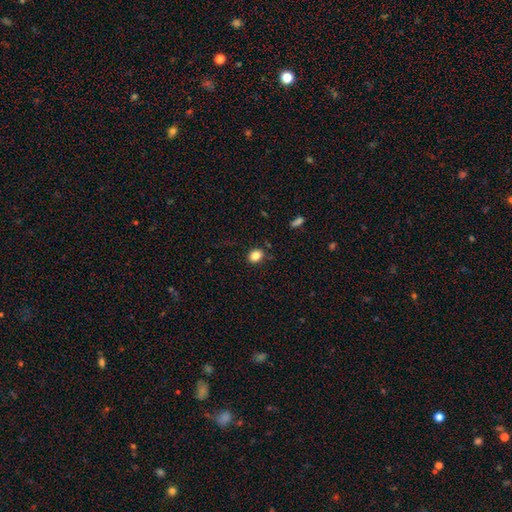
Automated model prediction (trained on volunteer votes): Overall: smooth (84%). How rounded: round (54%; in between 45%). Merging: none (85%).